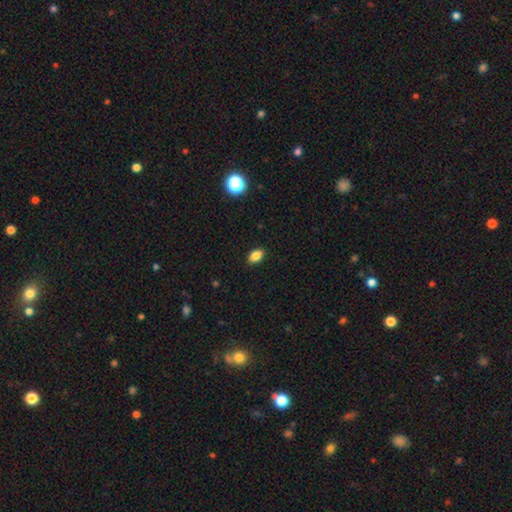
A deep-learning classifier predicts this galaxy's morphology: Smooth or featured? Predicted: smooth (p=0.85). How rounded? Predicted: in between (p=0.87). Merging? Predicted: none (p=0.89).